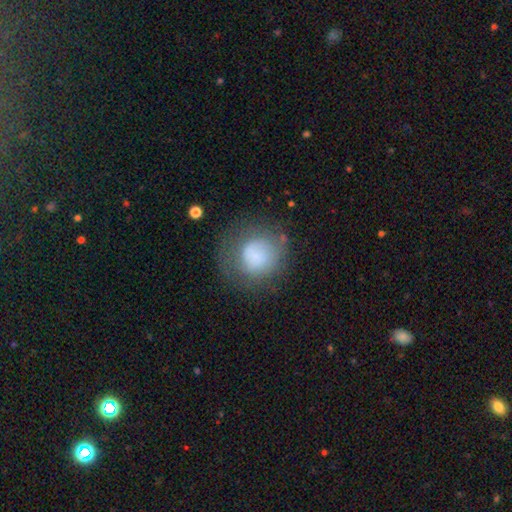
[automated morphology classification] Smooth or featured? smooth (69%)
How rounded? round (87%)
Merging? none (58%)